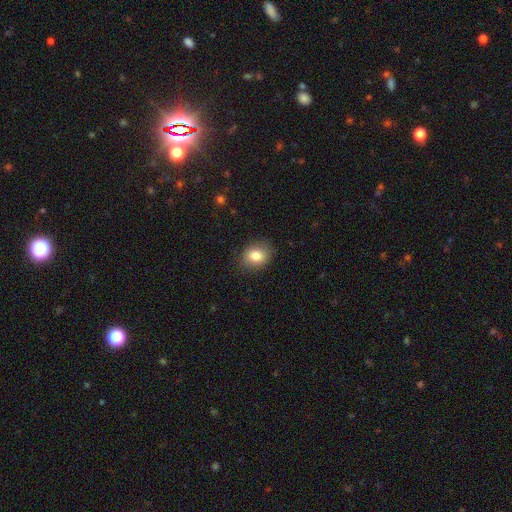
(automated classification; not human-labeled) This appears to be a smooth galaxy with no disk features (82%) that is in between round and cigar-shaped (52%). Merging: none (83%).